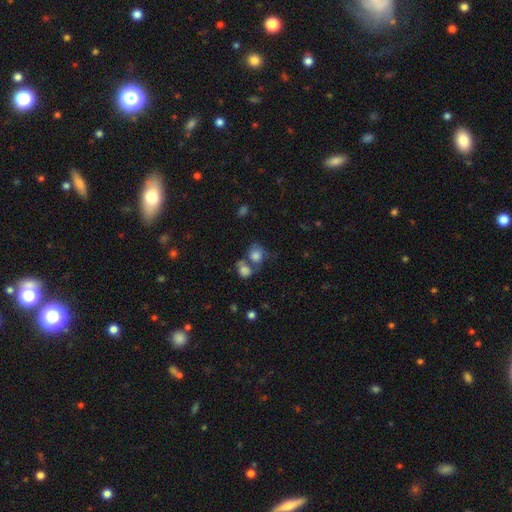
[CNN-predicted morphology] Overall: smooth (75%). How rounded: round (72%). Merging: merger (44%; none 33%).